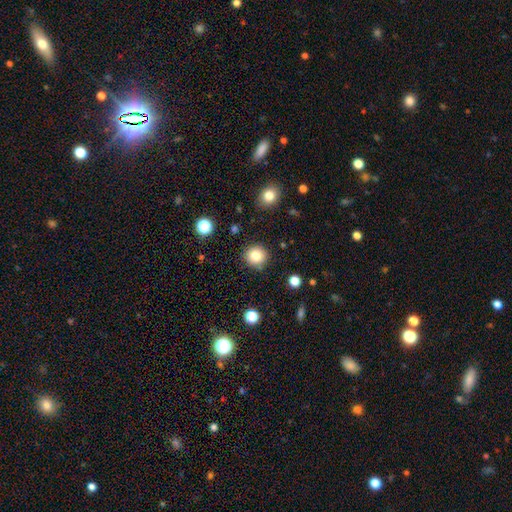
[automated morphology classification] smooth_or_featured: smooth (p=0.82) [alt: star or artifact p=0.11]
how_rounded: round (p=0.92) [alt: in between p=0.07]
merging: none (p=0.88) [alt: minor disturbance p=0.07]